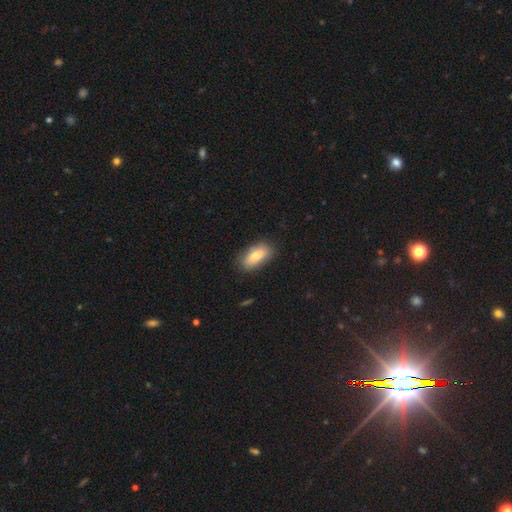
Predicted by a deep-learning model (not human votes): A smooth galaxy with no disk features (78%) that is in between round and cigar-shaped (87%). Merging: none (81%).